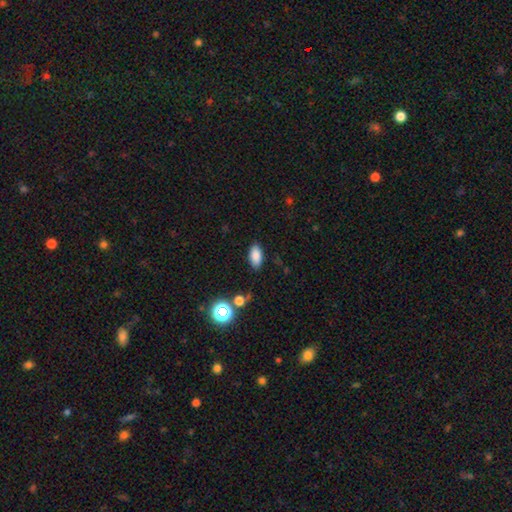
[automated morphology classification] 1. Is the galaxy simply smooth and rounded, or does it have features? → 84% smooth, 10% star or artifact, 6% featured or disk.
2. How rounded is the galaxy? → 90% in between, 5% cigar-shaped, 4% round.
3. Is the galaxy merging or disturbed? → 86% none, 9% minor disturbance, 2% major disturbance, 2% merger.